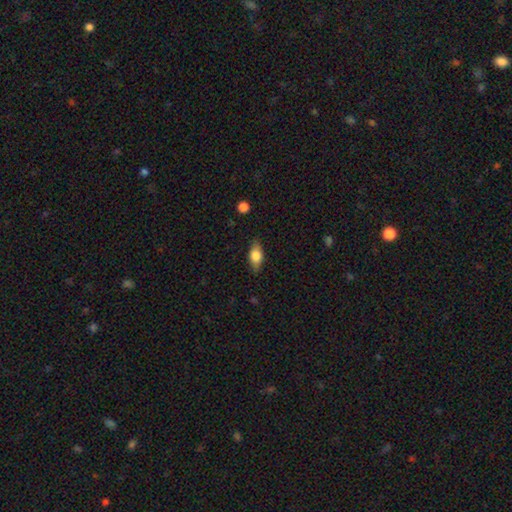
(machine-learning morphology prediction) smooth-or-featured: smooth: 66% | featured or disk: 27% | star or artifact: 7%
  how-rounded: in between: 81% | cigar-shaped: 11% | round: 8%
  merging: none: 82% | minor disturbance: 14% | major disturbance: 3% | merger: 1%